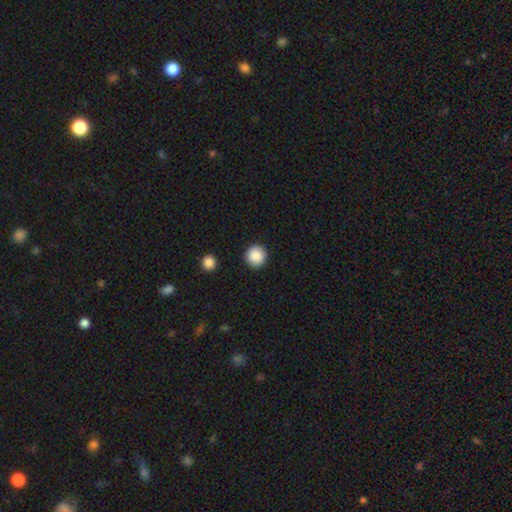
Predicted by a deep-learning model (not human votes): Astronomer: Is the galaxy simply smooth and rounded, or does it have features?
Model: smooth — 88%.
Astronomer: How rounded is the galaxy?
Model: round — 96%.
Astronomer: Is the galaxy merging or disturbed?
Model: none — 92%.